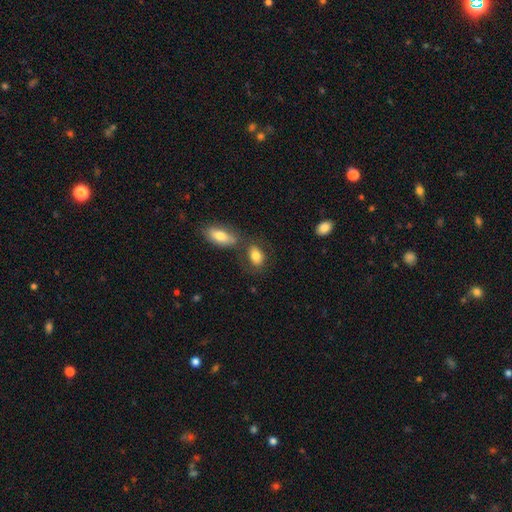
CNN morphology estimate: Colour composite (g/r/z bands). It shows a smooth galaxy with no disk features (81%) that is in between round and cigar-shaped (84%). Merging: none (59%).